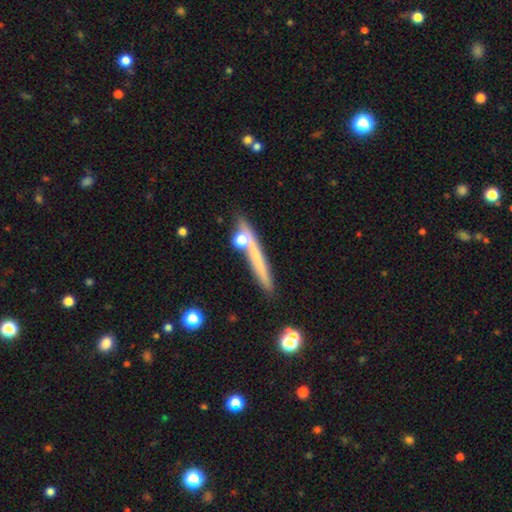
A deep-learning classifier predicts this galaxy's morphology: Smooth or featured: smooth — 51% (featured or disk — 39%)
How rounded: cigar-shaped — 92% (in between — 4%)
Merging: none — 73% (minor disturbance — 13%)